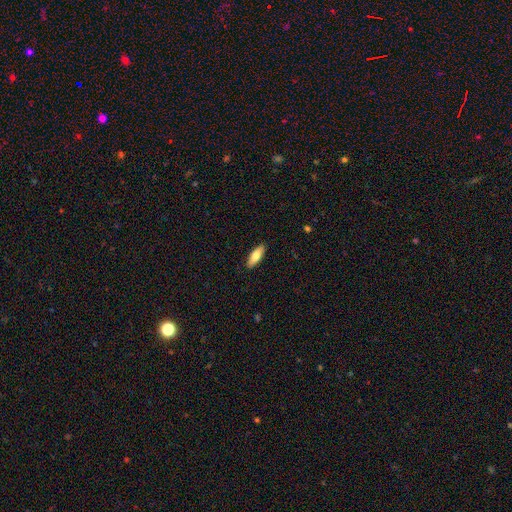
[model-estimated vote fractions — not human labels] smooth-or-featured: smooth: 76% | featured or disk: 18% | star or artifact: 6%
  how-rounded: in between: 64% | cigar-shaped: 34% | round: 2%
  merging: none: 89% | minor disturbance: 8% | major disturbance: 2% | merger: 1%